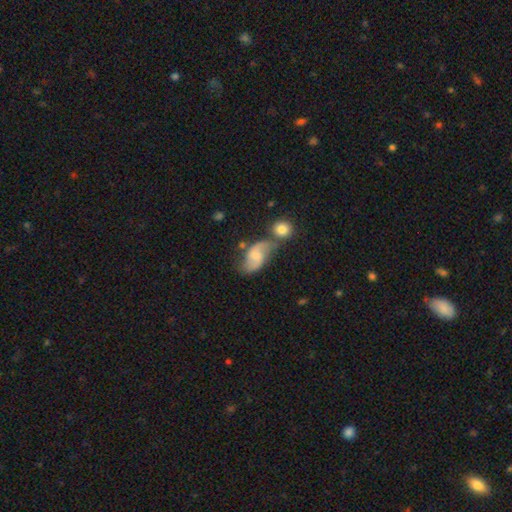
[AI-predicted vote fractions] Overall: featured or disk (59%; smooth 33%). Edge-on disk: no (96%). Bar: no (47%; weak 44%). Spiral arms: yes (87%). Bulge size: small (49%; moderate 38%). Merging: none (39%; merger 31%).